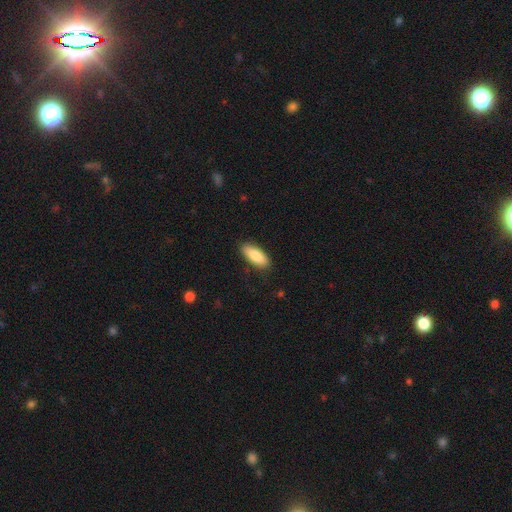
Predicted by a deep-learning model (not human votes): Overall: smooth (85%). How rounded: in between (76%). Merging: none (86%).